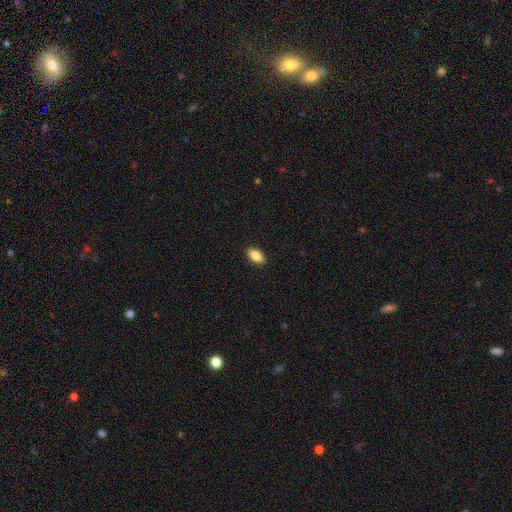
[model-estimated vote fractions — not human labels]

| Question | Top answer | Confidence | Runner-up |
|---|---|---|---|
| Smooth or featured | smooth | 85% | star or artifact (7%) |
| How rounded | in between | 92% | round (5%) |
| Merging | none | 90% | minor disturbance (7%) |